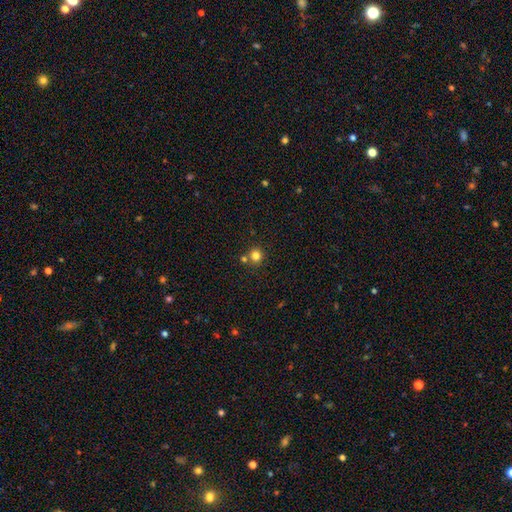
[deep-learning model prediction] Smooth or featured? Predicted: smooth (p=0.81). How rounded? Predicted: round (p=0.92). Merging? Predicted: none (p=0.75).